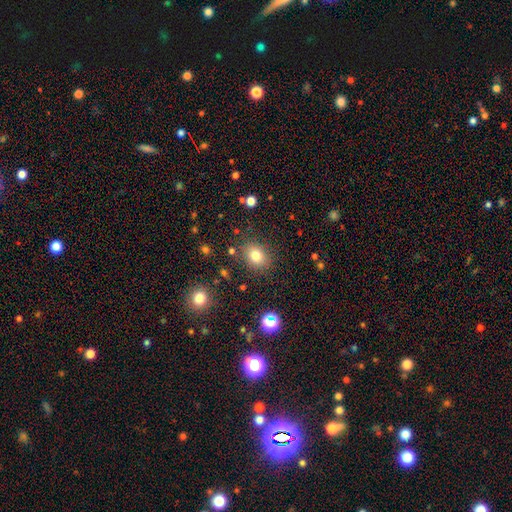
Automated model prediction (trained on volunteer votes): This appears to be a smooth galaxy with no disk features (78%) that is round (60%). Merging: none (83%).